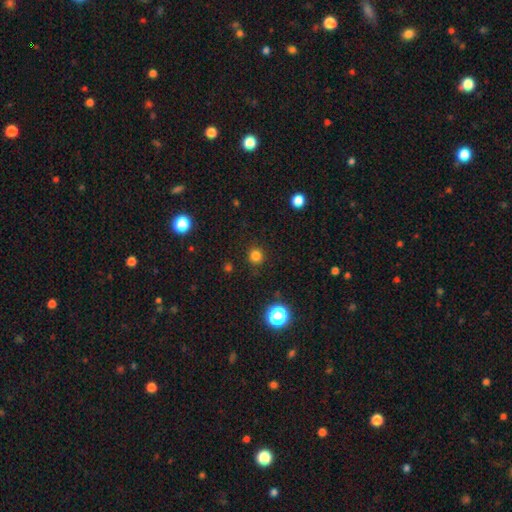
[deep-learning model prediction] Smooth or featured?
  - smooth: 81% *
  - star or artifact: 16%
  - featured or disk: 4%
How rounded?
  - round: 94% *
  - in between: 6%
  - cigar-shaped: 1%
Merging?
  - none: 90% *
  - minor disturbance: 7%
  - major disturbance: 2%
  - merger: 1%